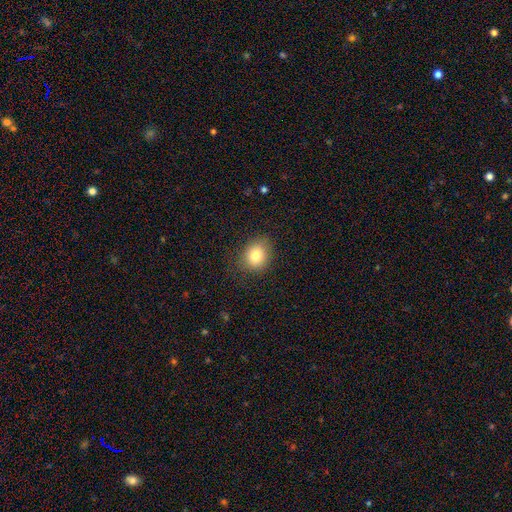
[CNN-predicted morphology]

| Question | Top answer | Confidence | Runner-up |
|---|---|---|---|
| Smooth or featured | smooth | 80% | star or artifact (11%) |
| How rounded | round | 63% | in between (36%) |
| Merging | none | 81% | minor disturbance (14%) |